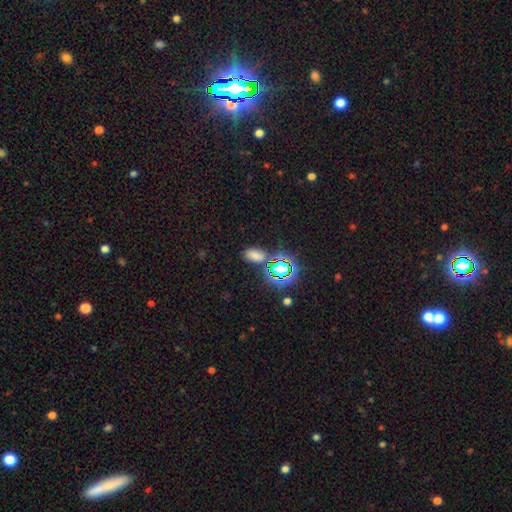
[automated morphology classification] Smooth or featured?
  - smooth: 63% *
  - star or artifact: 30%
  - featured or disk: 7%
How rounded?
  - in between: 89% *
  - round: 9%
  - cigar-shaped: 3%
Merging?
  - none: 74% *
  - minor disturbance: 14%
  - merger: 7%
  - major disturbance: 5%